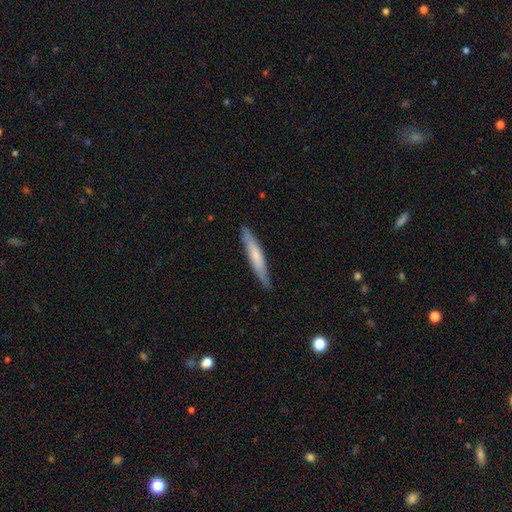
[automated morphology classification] Overall: smooth (60%; featured or disk 35%). How rounded: cigar-shaped (94%). Merging: none (86%).